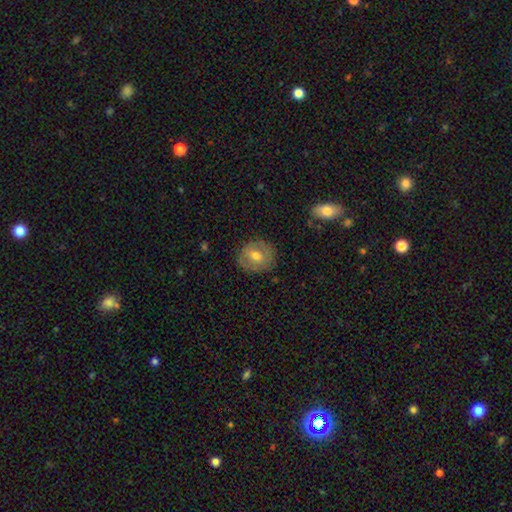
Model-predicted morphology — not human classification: smooth_or_featured: smooth (p=0.61) [alt: featured or disk p=0.31]
how_rounded: round (p=0.83) [alt: in between p=0.16]
merging: none (p=0.85) [alt: minor disturbance p=0.11]